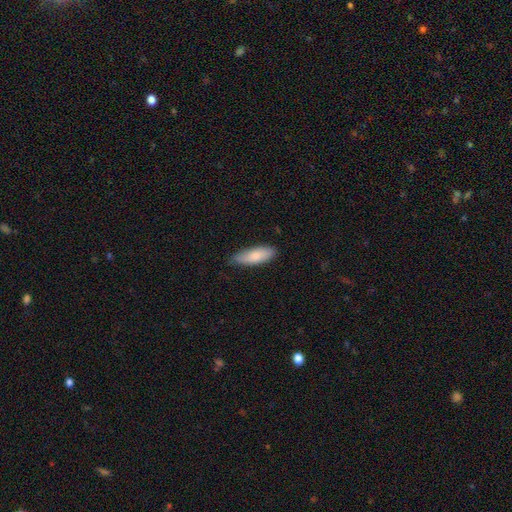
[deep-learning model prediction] smooth_or_featured: smooth (p=0.82) [alt: featured or disk p=0.12]
how_rounded: in between (p=0.62) [alt: cigar-shaped p=0.37]
merging: none (p=0.77) [alt: minor disturbance p=0.19]